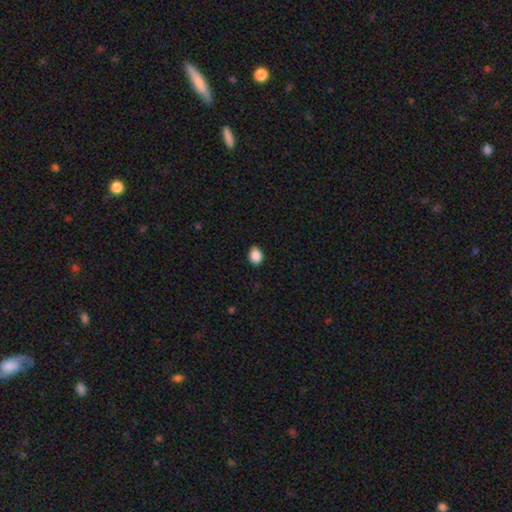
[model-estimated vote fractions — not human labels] Smooth or featured?
  - smooth: 89% *
  - star or artifact: 9%
  - featured or disk: 3%
How rounded?
  - in between: 56% *
  - round: 43%
  - cigar-shaped: 1%
Merging?
  - none: 84% *
  - minor disturbance: 13%
  - major disturbance: 2%
  - merger: 1%